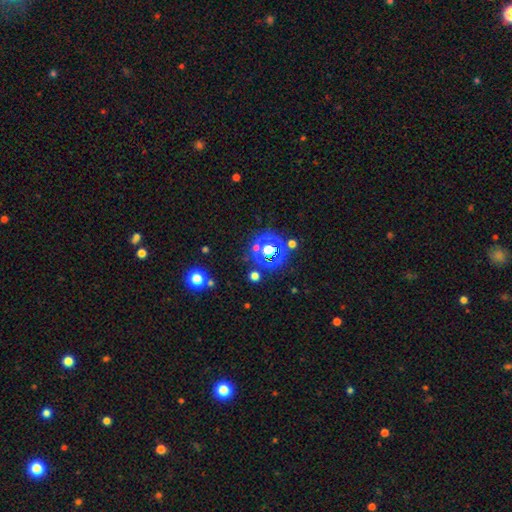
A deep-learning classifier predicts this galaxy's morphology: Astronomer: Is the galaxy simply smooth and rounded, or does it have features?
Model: star or artifact — 75%.